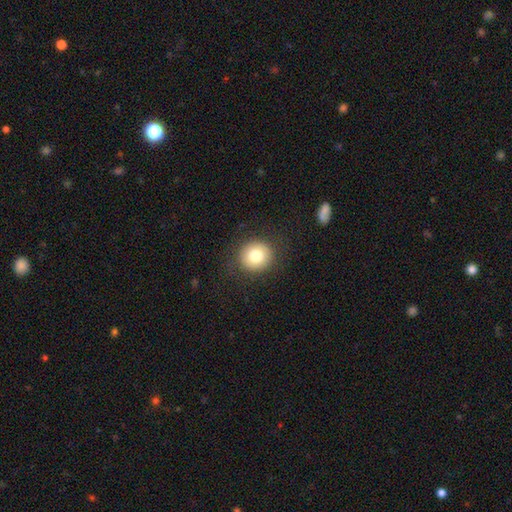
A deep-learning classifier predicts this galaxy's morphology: type=smooth (79%); roundness=round (87%); merging=none (89%).